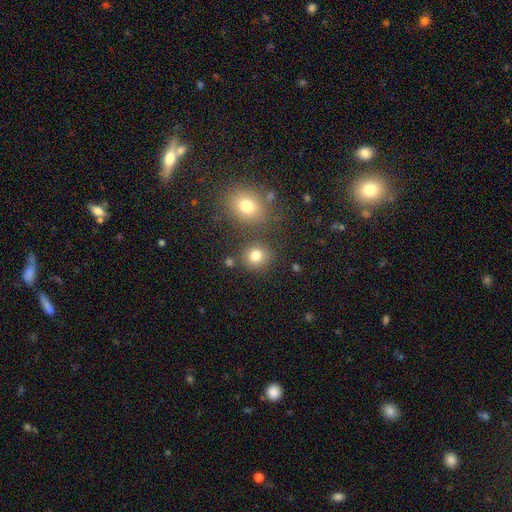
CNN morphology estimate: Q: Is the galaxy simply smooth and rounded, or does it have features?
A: smooth — 80%.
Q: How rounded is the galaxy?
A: round — 85%.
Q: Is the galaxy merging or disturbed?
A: none — 79%.